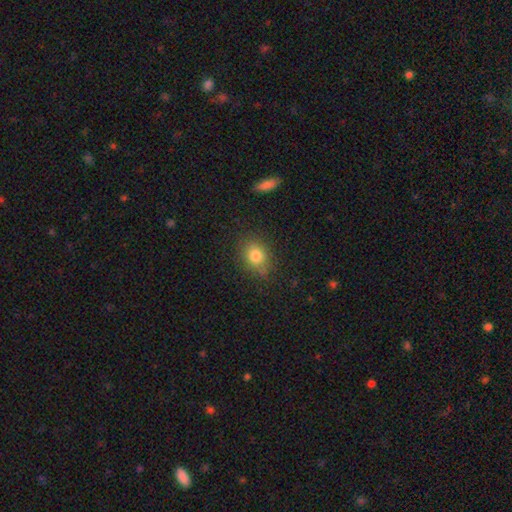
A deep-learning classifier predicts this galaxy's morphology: Smooth or featured?
  - smooth: 80% *
  - star or artifact: 12%
  - featured or disk: 9%
How rounded?
  - round: 53% *
  - in between: 45%
  - cigar-shaped: 2%
Merging?
  - none: 80% *
  - minor disturbance: 14%
  - major disturbance: 4%
  - merger: 2%